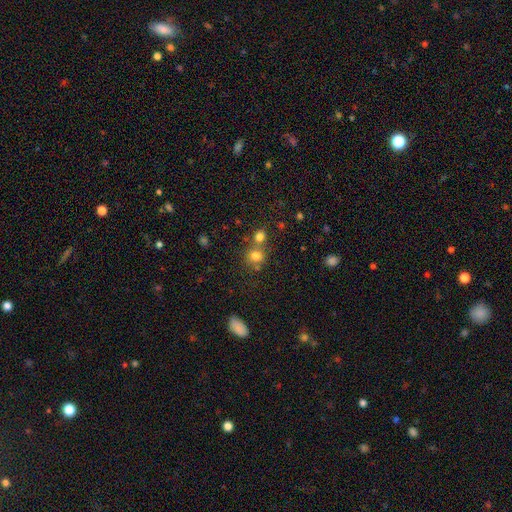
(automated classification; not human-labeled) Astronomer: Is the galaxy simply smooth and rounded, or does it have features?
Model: smooth — 75%.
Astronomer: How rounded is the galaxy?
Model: round — 79%.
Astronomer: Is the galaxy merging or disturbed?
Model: none — 52% (runner-up: merger, 35%).